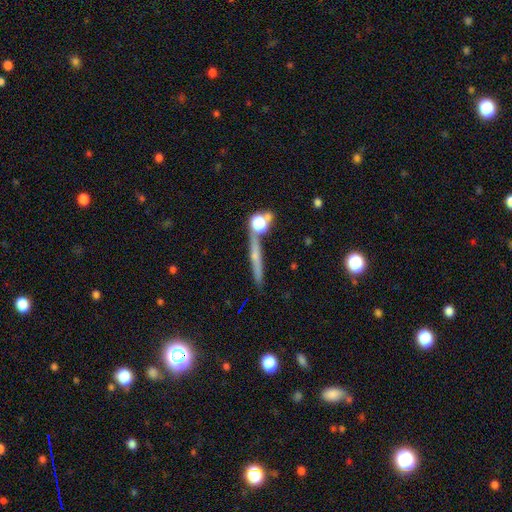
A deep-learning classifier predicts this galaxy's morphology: type=featured or disk (54%); edge-on=yes (94%); edge-on bulge=rounded (53%); merging=none (80%).